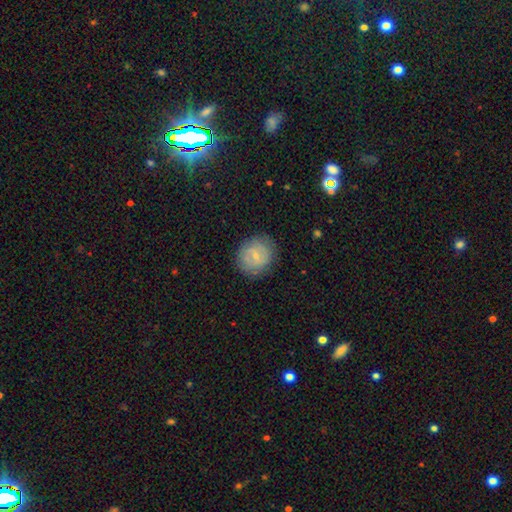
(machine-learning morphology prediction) smooth-or-featured: smooth: 53% | featured or disk: 39% | star or artifact: 7%
  how-rounded: round: 81% | in between: 18% | cigar-shaped: 1%
  merging: none: 80% | minor disturbance: 14% | major disturbance: 5% | merger: 1%